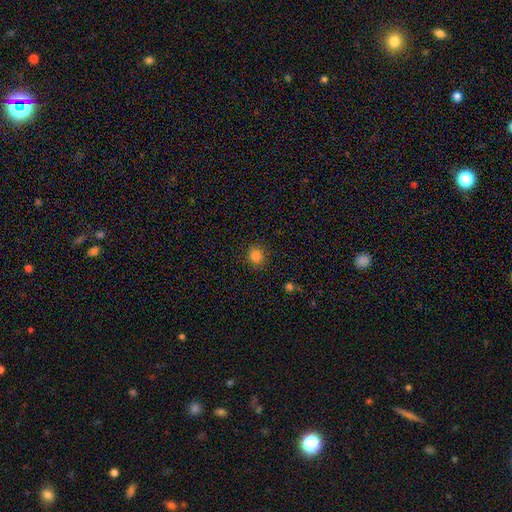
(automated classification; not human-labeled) Smooth or featured: smooth — 84% (star or artifact — 13%)
How rounded: round — 85% (in between — 14%)
Merging: none — 87% (minor disturbance — 9%)